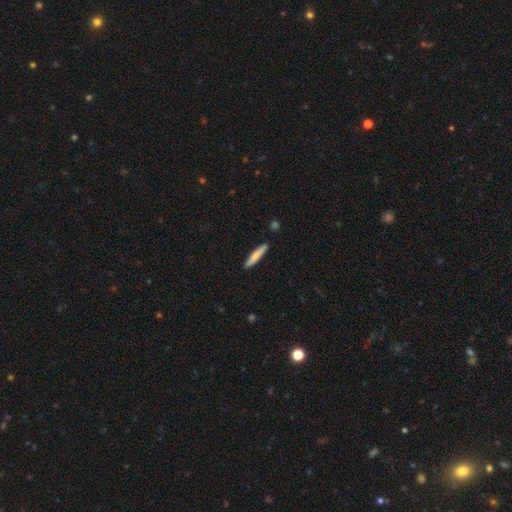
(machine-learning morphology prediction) type=smooth (75%); roundness=cigar-shaped (91%); merging=none (90%).